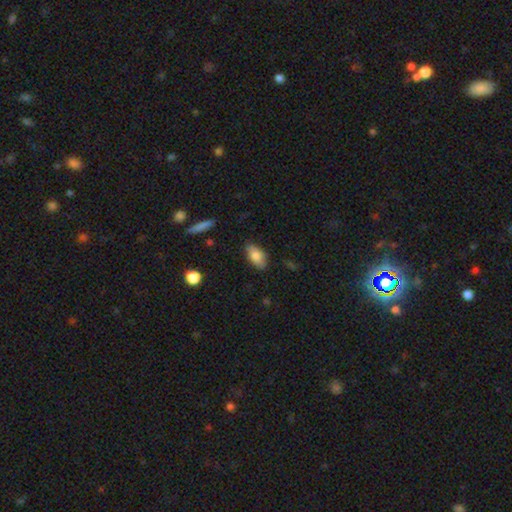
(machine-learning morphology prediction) A smooth galaxy with no disk features (80%) that is in between round and cigar-shaped (90%). Merging: none (80%).